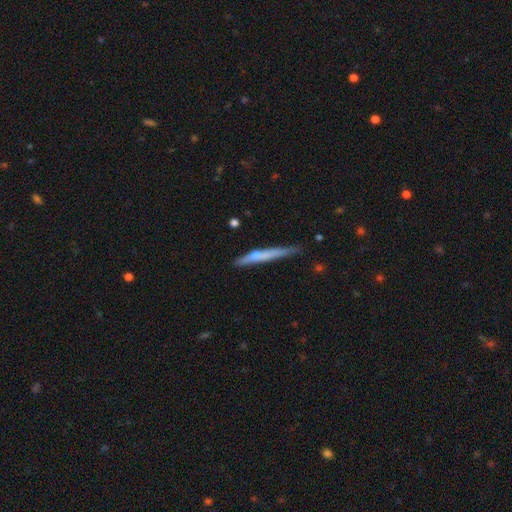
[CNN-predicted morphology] A smooth galaxy with no disk features (50%) that is cigar-shaped (95%).

Vote fractions:
- Smooth or featured? smooth: 50% / featured or disk: 44% / star or artifact: 6%
- How rounded? cigar-shaped: 95% / in between: 3% / round: 2%
- Merging? none: 71% / minor disturbance: 21% / merger: 4% / major disturbance: 4%